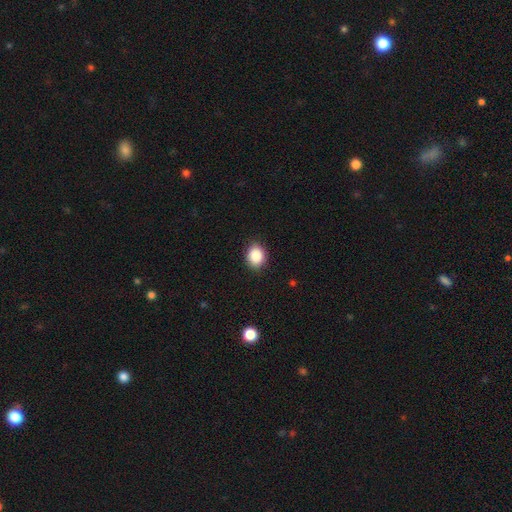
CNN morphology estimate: Smooth or featured? smooth (87%)
How rounded? round (51%)
Merging? none (88%)